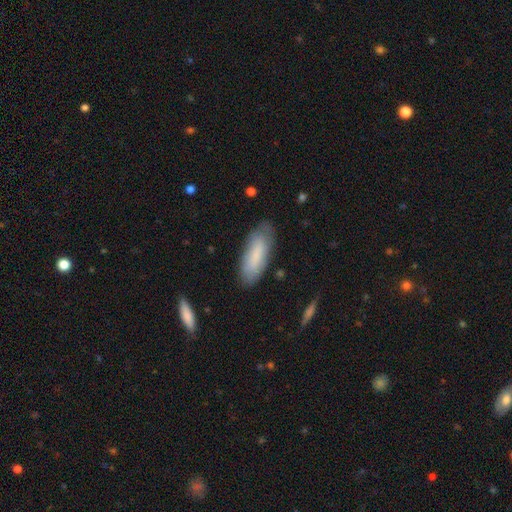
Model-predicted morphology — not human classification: smooth 79%, featured or disk 15%, star or artifact 6%. Down the decision tree: how rounded — in between (69%); merging — none (77%).